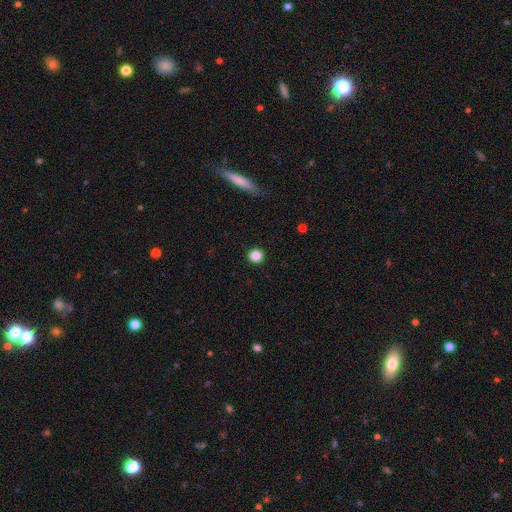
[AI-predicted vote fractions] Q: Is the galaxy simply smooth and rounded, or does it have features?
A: smooth — 86%.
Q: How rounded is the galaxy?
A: round — 94%.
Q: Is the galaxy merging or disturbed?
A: none — 93%.